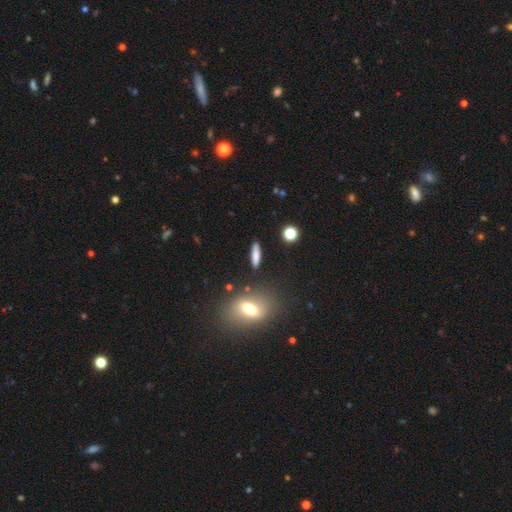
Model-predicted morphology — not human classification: type=smooth (73%); roundness=cigar-shaped (79%); merging=none (86%).